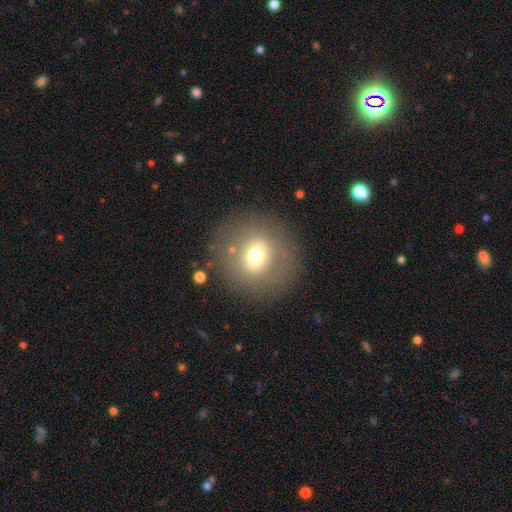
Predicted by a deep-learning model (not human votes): Morphology: type=smooth (60%); roundness=round (89%); merging=none (83%).